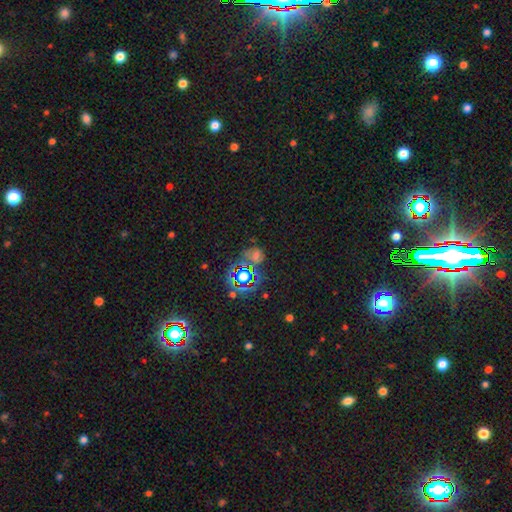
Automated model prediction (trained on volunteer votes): This appears to be a star or artifact, not a galaxy (45%).